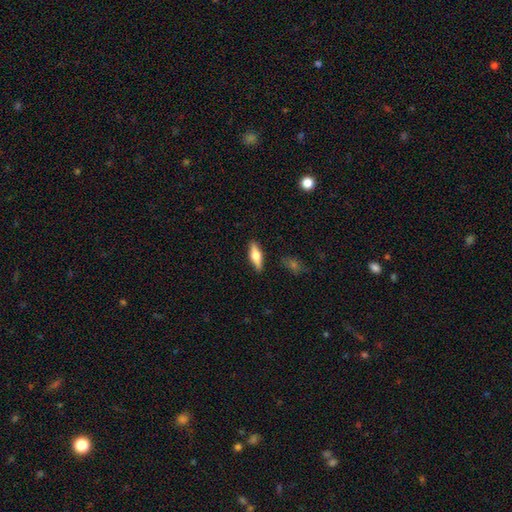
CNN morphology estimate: A smooth galaxy with no disk features (50%) that is cigar-shaped (51%).

Vote fractions:
- Smooth or featured? smooth: 50% / featured or disk: 44% / star or artifact: 6%
- How rounded? cigar-shaped: 51% / in between: 46% / round: 3%
- Merging? none: 88% / minor disturbance: 8% / major disturbance: 2% / merger: 2%